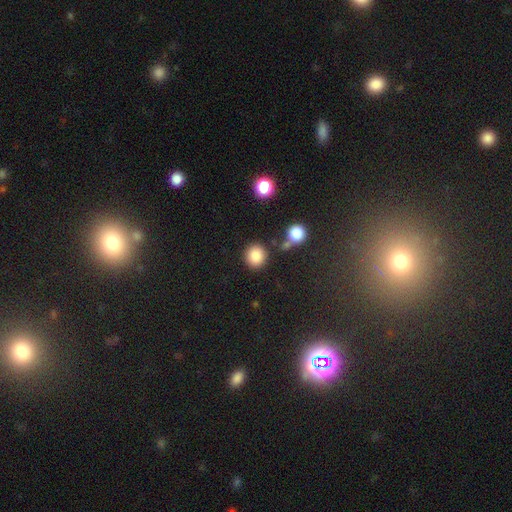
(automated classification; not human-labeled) smooth_or_featured: smooth (p=0.85) [alt: star or artifact p=0.10]
how_rounded: round (p=0.89) [alt: in between p=0.10]
merging: none (p=0.83) [alt: minor disturbance p=0.08]